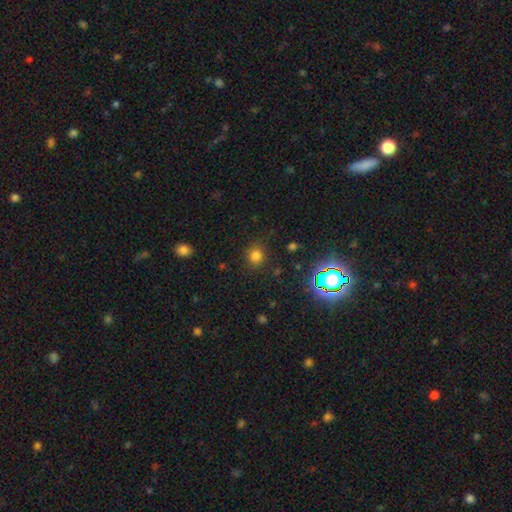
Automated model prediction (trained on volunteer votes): This is likely a smooth galaxy (76%). How rounded: clearly round (86%). Merging: clearly none (85%).